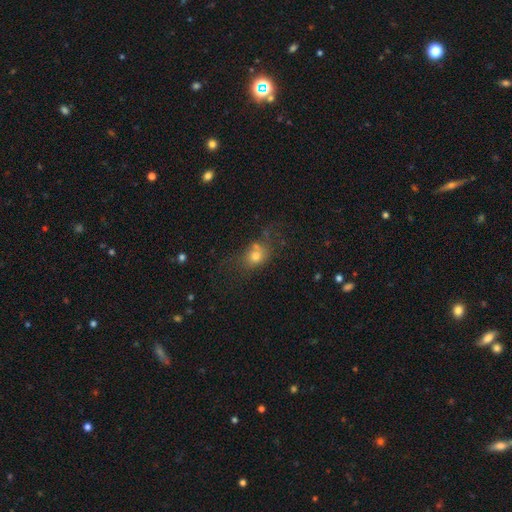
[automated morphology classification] Smooth or featured? Predicted: smooth (p=0.71). How rounded? Predicted: round (p=0.55). Merging? Predicted: none (p=0.51).